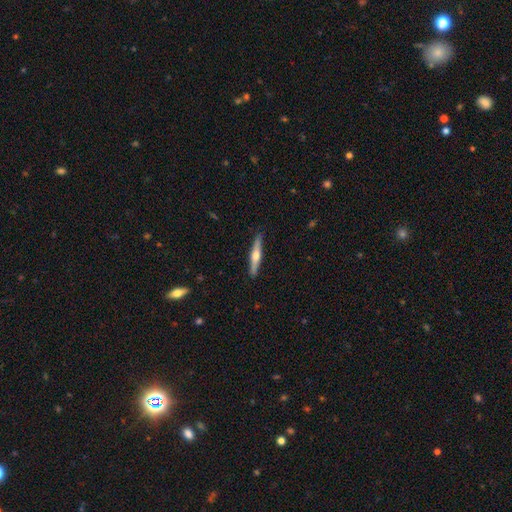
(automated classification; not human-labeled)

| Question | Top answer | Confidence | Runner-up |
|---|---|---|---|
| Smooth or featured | featured or disk | 61% | smooth (34%) |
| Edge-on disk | yes | 97% | no (3%) |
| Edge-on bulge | rounded | 90% | none (5%) |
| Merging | none | 90% | minor disturbance (8%) |